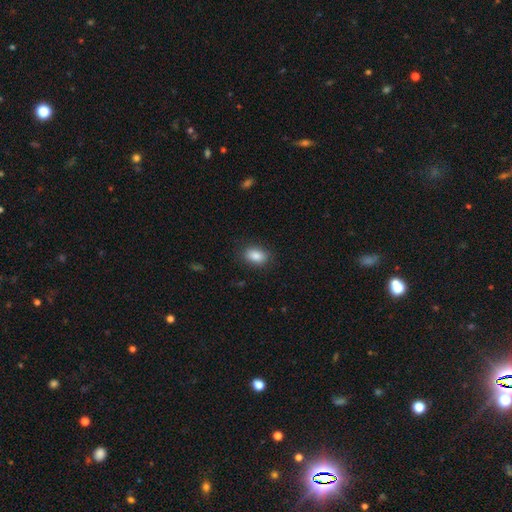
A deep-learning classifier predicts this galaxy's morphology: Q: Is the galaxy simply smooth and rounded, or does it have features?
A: smooth — 87%.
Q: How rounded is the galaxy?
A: in between — 81%.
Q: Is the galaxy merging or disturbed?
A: none — 85%.